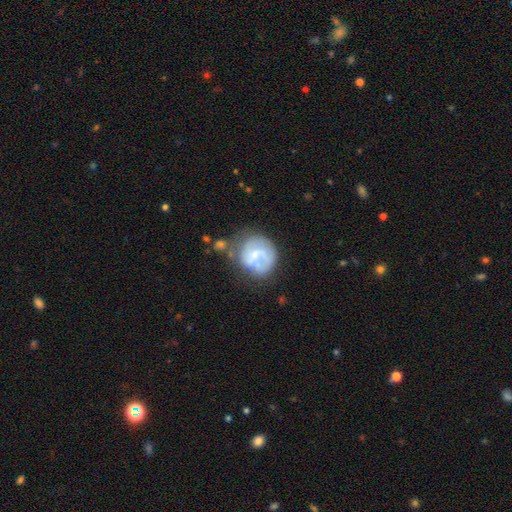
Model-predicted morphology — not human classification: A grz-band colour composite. It shows a featured or disk galaxy (56%) with no bar (52%), spiral arms (66%) and a small central bulge (46%). Merging: none (47%).